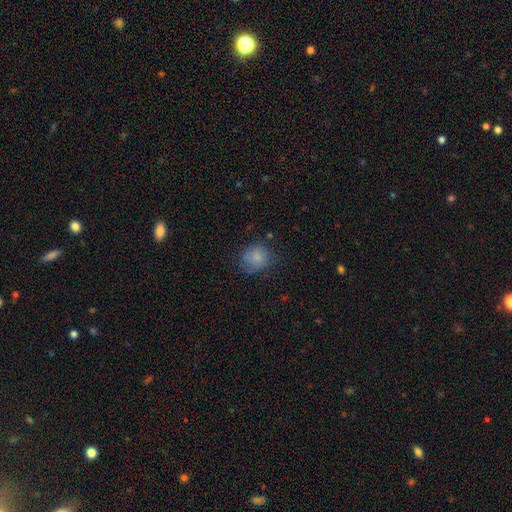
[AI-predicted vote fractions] Smooth or featured?
  - smooth: 78% *
  - featured or disk: 11%
  - star or artifact: 11%
How rounded?
  - round: 75% *
  - in between: 24%
  - cigar-shaped: 1%
Merging?
  - none: 65% *
  - minor disturbance: 24%
  - major disturbance: 9%
  - merger: 2%